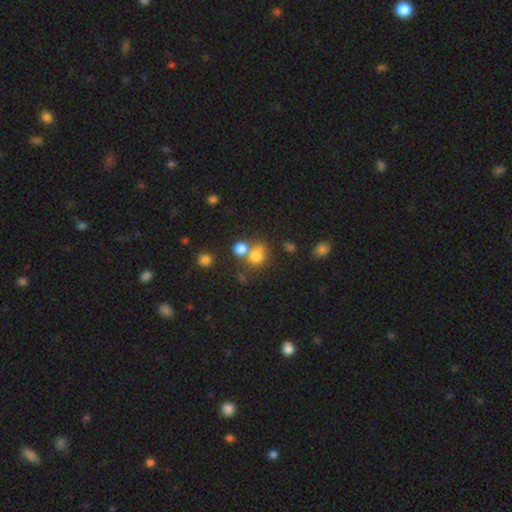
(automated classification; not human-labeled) The model was most divided on "merging": none: 43%, merger: 41%, minor disturbance: 11%, major disturbance: 6%. More confident: smooth or featured — smooth (75%); how rounded — round (70%).